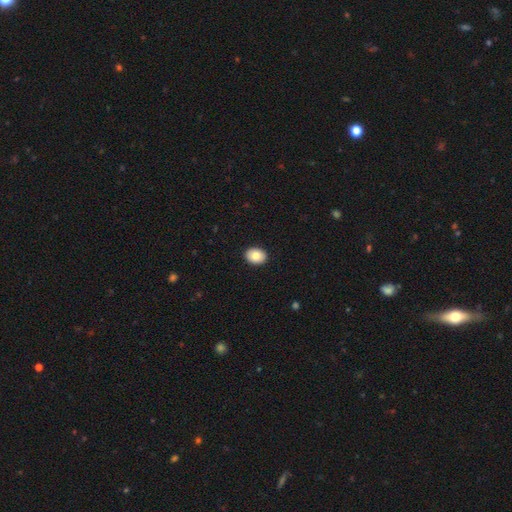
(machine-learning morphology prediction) type=smooth (82%); roundness=in between (62%); merging=none (92%).